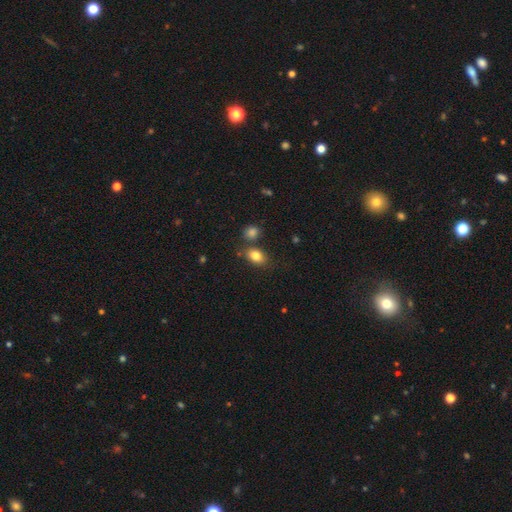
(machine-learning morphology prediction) The model was most divided on "merging": none: 71%, merger: 14%, minor disturbance: 12%, major disturbance: 3%. More confident: smooth or featured — smooth (82%); how rounded — in between (80%).